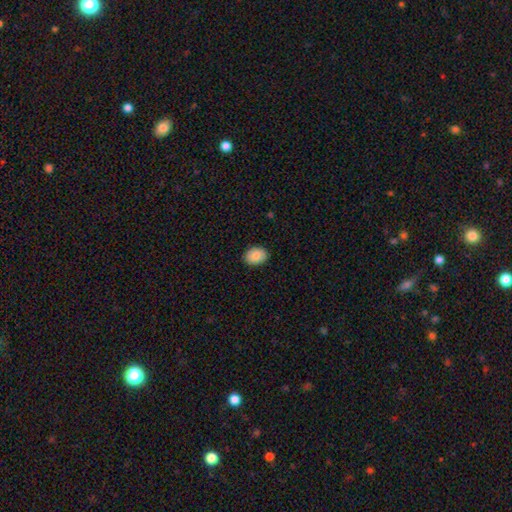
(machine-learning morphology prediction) Smooth or featured: smooth — 87% (star or artifact — 7%)
How rounded: in between — 69% (round — 30%)
Merging: none — 89% (minor disturbance — 8%)